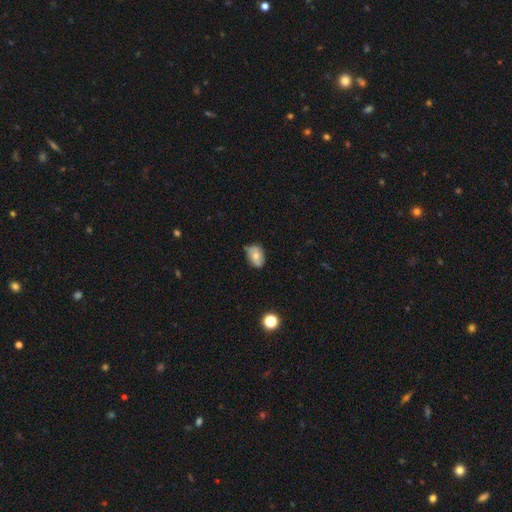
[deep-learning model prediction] smooth_or_featured: smooth (p=0.65) [alt: featured or disk p=0.27]
how_rounded: in between (p=0.81) [alt: round p=0.18]
merging: none (p=0.64) [alt: minor disturbance p=0.29]